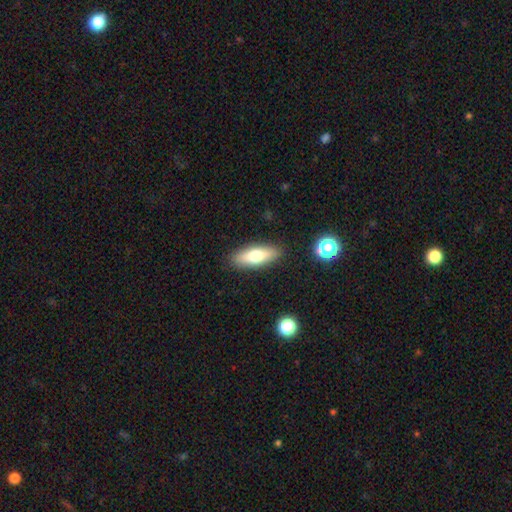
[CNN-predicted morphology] smooth_or_featured: smooth (p=0.68) [alt: featured or disk p=0.25]
how_rounded: in between (p=0.59) [alt: cigar-shaped p=0.39]
merging: none (p=0.88) [alt: minor disturbance p=0.09]